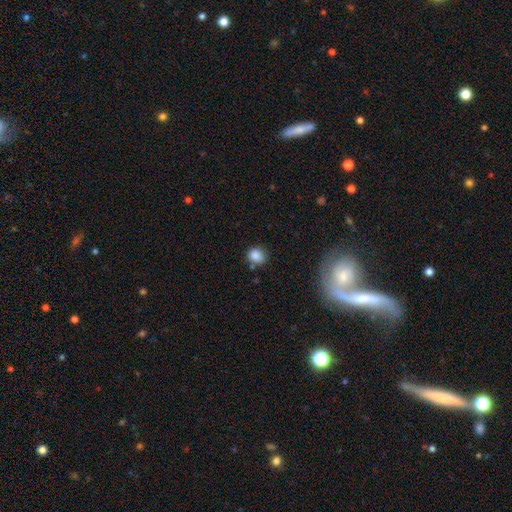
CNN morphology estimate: Q: Smooth or featured?
A: smooth (86%); runner-up: star or artifact (10%)
Q: How rounded?
A: round (77%); runner-up: in between (22%)
Q: Merging?
A: none (74%); runner-up: minor disturbance (17%)